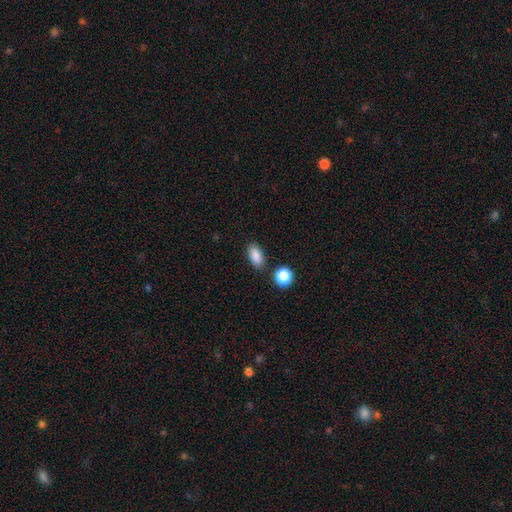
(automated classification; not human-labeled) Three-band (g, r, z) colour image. It shows a smooth galaxy with no disk features (88%) that is in between round and cigar-shaped (89%). Merging: none (83%).